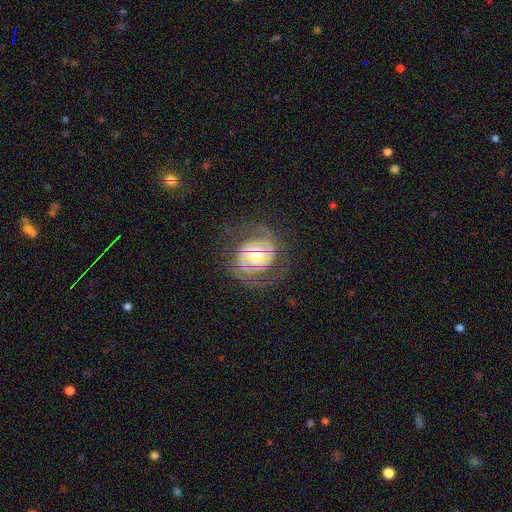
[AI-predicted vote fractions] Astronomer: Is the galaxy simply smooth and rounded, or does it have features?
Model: featured or disk — 80%.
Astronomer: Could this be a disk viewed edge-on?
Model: no — 97%.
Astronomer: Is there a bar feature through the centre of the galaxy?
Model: no — 42% (runner-up: weak, 40%).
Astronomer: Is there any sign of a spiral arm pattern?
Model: yes — 90%.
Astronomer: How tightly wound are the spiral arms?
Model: tight — 56% (runner-up: medium, 33%).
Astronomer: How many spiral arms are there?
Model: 2 — 39% (runner-up: can't tell, 27%).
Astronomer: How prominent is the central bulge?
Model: moderate — 63%.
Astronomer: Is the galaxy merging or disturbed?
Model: none — 70%.